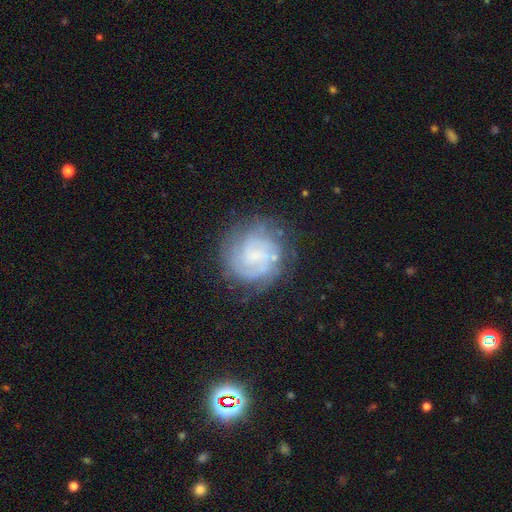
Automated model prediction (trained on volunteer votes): Smooth or featured? featured or disk (72%)
Edge-on disk? no (98%)
Bar? no (51%)
Spiral arms? yes (89%)
Spiral winding? tight (58%)
Spiral arm count? 2 (34%)
Bulge size? small (41%)
Merging? none (70%)